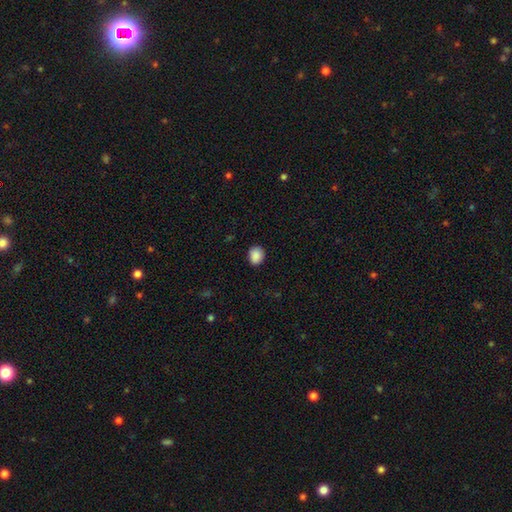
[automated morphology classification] A smooth galaxy with no disk features (89%) that is round (59%). Merging: none (86%).